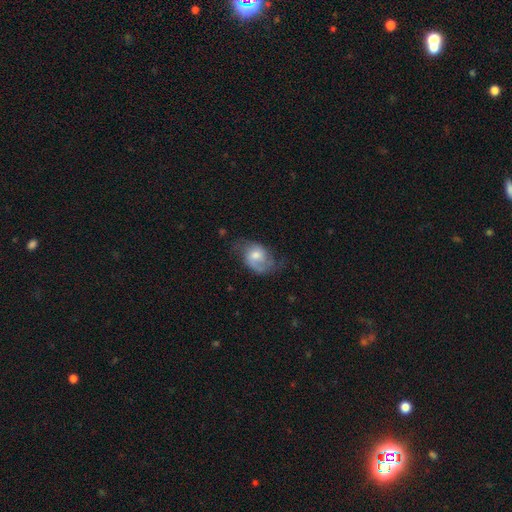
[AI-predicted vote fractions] This appears to be a featured or disk galaxy (58%) with no bar (63%), spiral arms (87%) and a moderate central bulge (56%). Merging: none (49%).